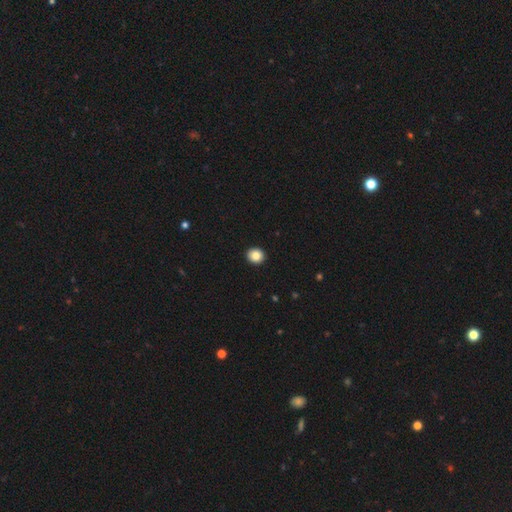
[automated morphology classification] This is clearly a smooth galaxy (85%). How rounded: clearly round (83%). Merging: clearly none (93%).